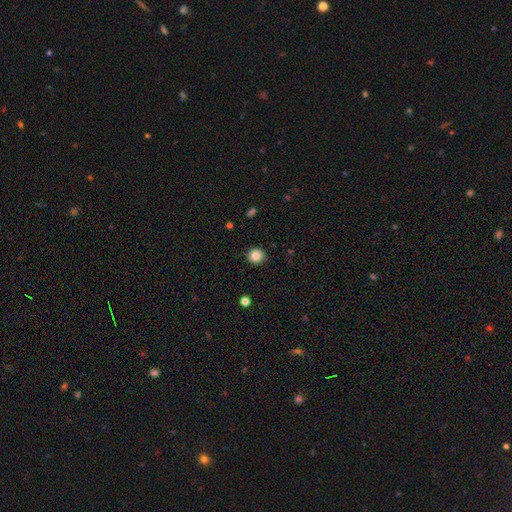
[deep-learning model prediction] The model was most divided on "smooth or featured": smooth: 86%, star or artifact: 10%, featured or disk: 4%. More confident: merging — none (89%); how rounded — round (88%).